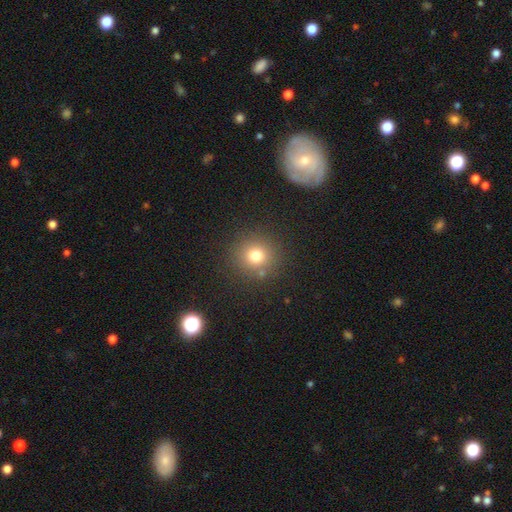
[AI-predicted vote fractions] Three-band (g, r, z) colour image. It shows a smooth galaxy with no disk features (76%) that is round (92%). Merging: none (86%).